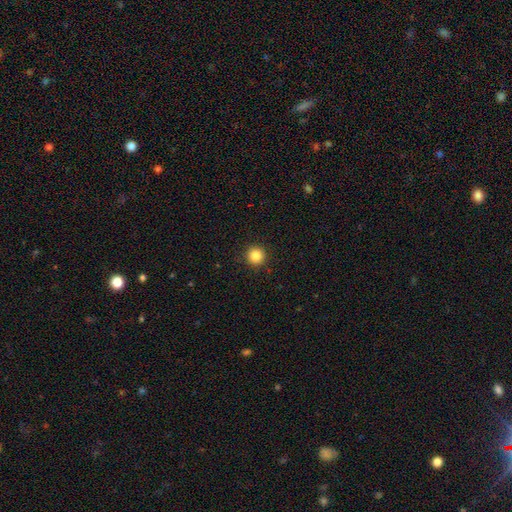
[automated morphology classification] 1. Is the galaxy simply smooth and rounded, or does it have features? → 84% smooth, 11% star or artifact, 5% featured or disk.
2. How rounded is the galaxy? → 95% round, 4% in between, 1% cigar-shaped.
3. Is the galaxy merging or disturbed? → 92% none, 5% minor disturbance, 2% major disturbance, 1% merger.